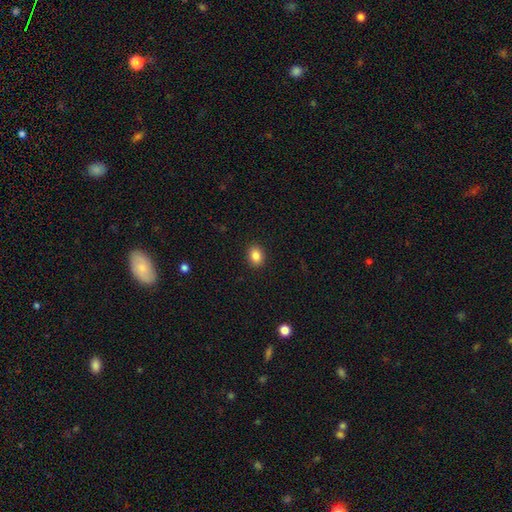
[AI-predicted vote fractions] A smooth galaxy with no disk features (85%) that is in between round and cigar-shaped (60%). Merging: none (90%).